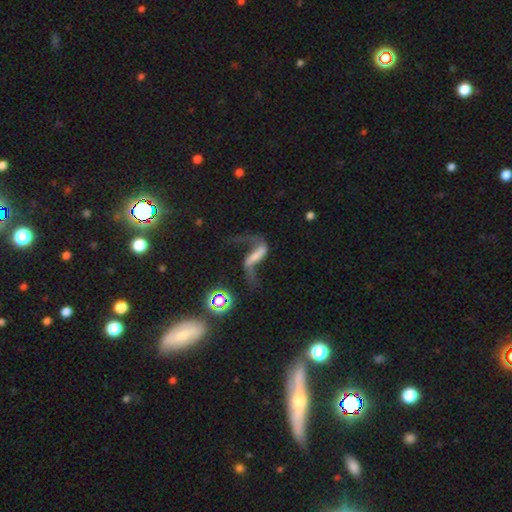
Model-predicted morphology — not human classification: A featured or disk galaxy (76%) with a strong bar (53%), 2 (86%) loose (92%) spiral arms (89%) and no central bulge (51%).

Vote fractions:
- Smooth or featured? featured or disk: 76% / smooth: 13% / star or artifact: 11%
- Edge-on disk? no: 93% / yes: 7%
- Bar? strong: 53% / weak: 26% / no: 21%
- Spiral arms? yes: 89% / no: 11%
- Spiral winding? loose: 92% / medium: 6% / tight: 2%
- Spiral arm count? 2: 86% / 1: 9% / can't tell: 2% / 3: 1% / 4: 1% / more than 4: 1%
- Bulge size? none: 51% / small: 24% / moderate: 14% / large: 8% / dominant: 3%
- Merging? none: 45% / major disturbance: 32% / minor disturbance: 15% / merger: 9%